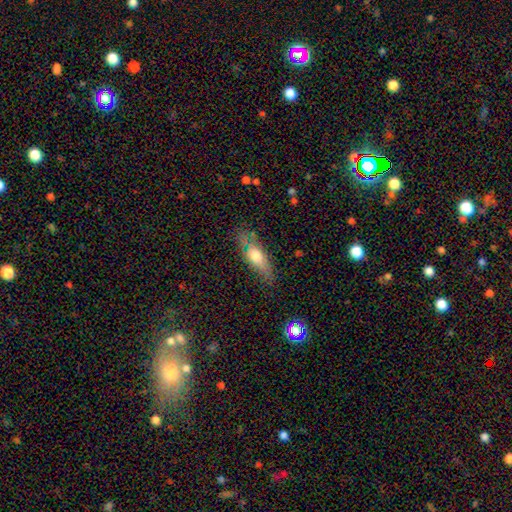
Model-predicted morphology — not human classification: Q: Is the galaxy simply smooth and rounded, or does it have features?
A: smooth — 61%.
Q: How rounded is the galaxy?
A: in between — 55%.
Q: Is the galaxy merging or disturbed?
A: none — 67%.